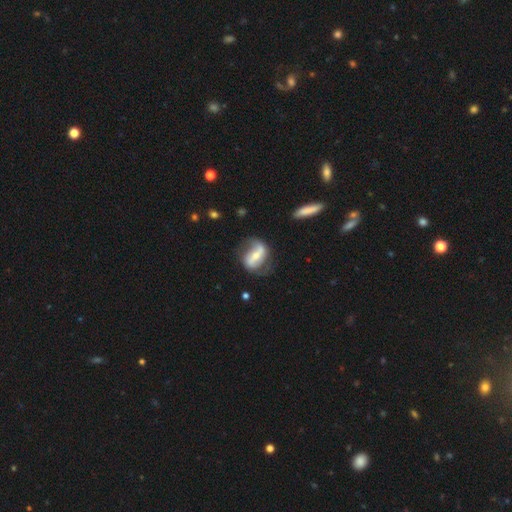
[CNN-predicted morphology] featured or disk 76%, smooth 18%, star or artifact 6%. Down the decision tree: edge-on disk — no (94%); bar — strong (58%); spiral arms — yes (85%); spiral arm count — 2 (83%); spiral winding — loose (53%); bulge size — small (50%); merging — none (62%).